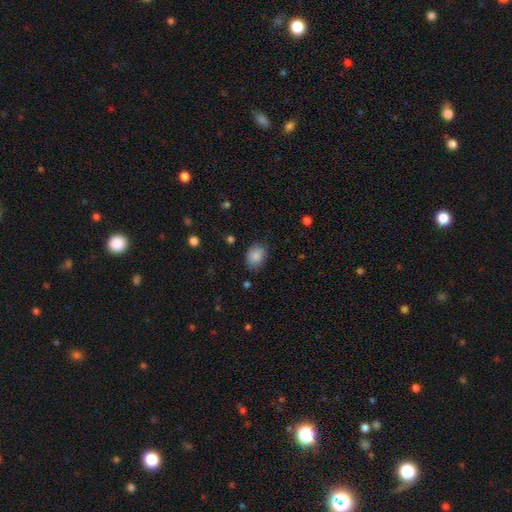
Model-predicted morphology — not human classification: A smooth galaxy with no disk features (86%) that is in between round and cigar-shaped (62%). Merging: none (78%).